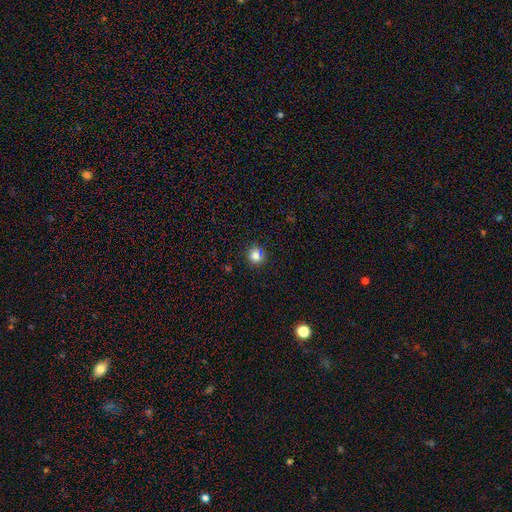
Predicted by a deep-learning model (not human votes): A smooth galaxy with no disk features (79%) that is round (93%).

Vote fractions:
- Smooth or featured? smooth: 79% / star or artifact: 14% / featured or disk: 7%
- How rounded? round: 93% / in between: 6% / cigar-shaped: 1%
- Merging? none: 79% / minor disturbance: 11% / merger: 7% / major disturbance: 3%